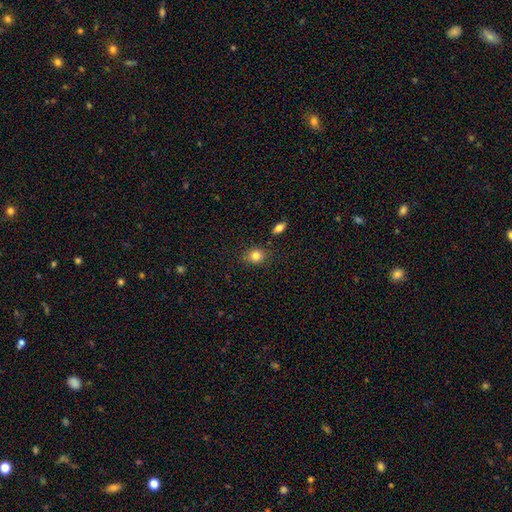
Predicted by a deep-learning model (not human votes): smooth 83%, star or artifact 10%, featured or disk 7%. Down the decision tree: how rounded — round (58%); merging — none (80%).